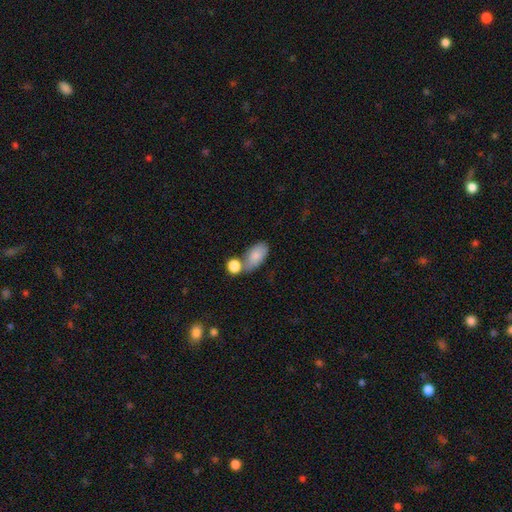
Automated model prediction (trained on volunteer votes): Overall: smooth (82%). How rounded: in between (90%). Merging: none (51%; merger 26%).